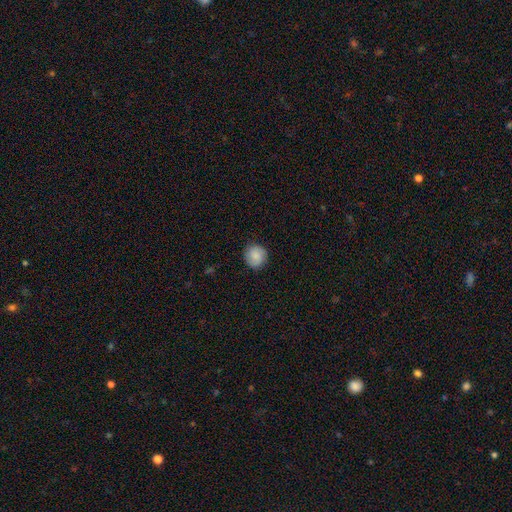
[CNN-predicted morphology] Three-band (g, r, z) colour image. It shows a smooth galaxy with no disk features (76%) that is round (90%). Merging: none (86%).